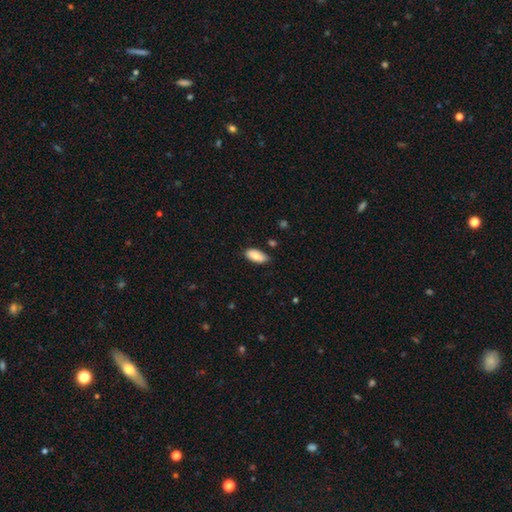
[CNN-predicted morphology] A smooth galaxy with no disk features (82%) that is in between round and cigar-shaped (92%).

Vote fractions:
- Smooth or featured? smooth: 82% / featured or disk: 11% / star or artifact: 7%
- How rounded? in between: 92% / cigar-shaped: 6% / round: 2%
- Merging? none: 75% / minor disturbance: 20% / major disturbance: 3% / merger: 2%